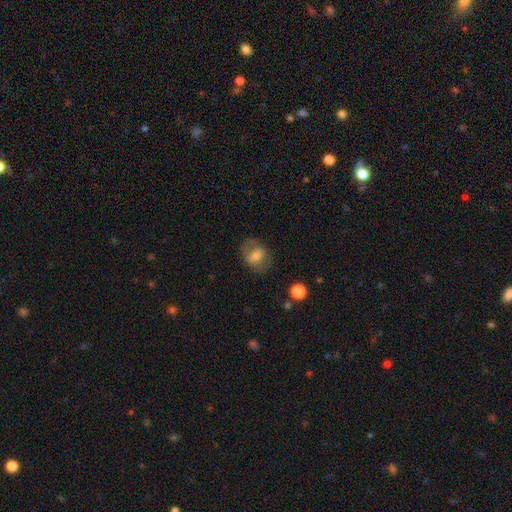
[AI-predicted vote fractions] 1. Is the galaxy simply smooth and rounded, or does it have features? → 55% smooth, 36% featured or disk, 9% star or artifact.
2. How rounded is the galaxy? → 62% in between, 36% round, 2% cigar-shaped.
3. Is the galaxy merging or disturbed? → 66% none, 19% minor disturbance, 13% major disturbance, 2% merger.